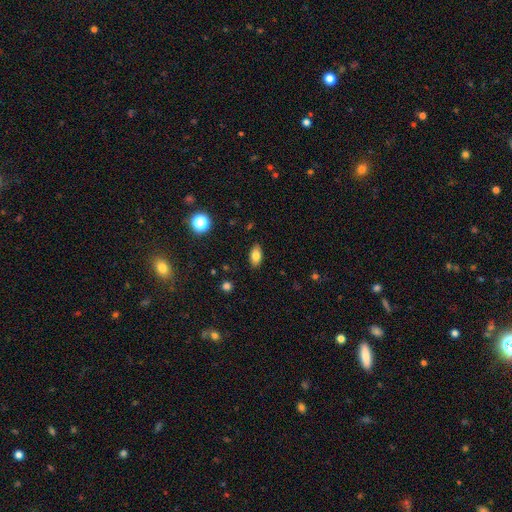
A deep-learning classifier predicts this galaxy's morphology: Q: Smooth or featured?
A: smooth (80%); runner-up: featured or disk (11%)
Q: How rounded?
A: in between (91%); runner-up: round (6%)
Q: Merging?
A: none (87%); runner-up: minor disturbance (9%)